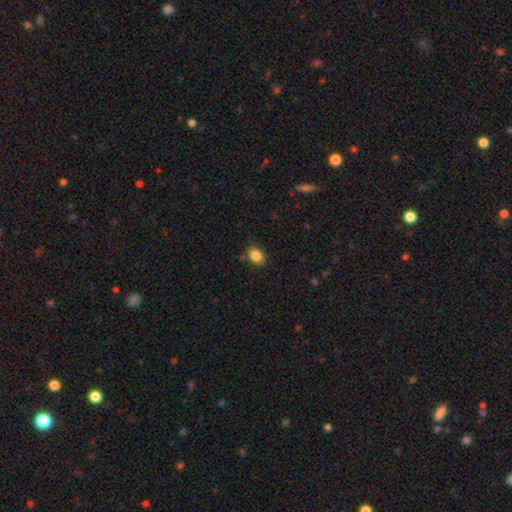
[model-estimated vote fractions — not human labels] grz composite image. It shows a smooth galaxy with no disk features (85%) that is in between round and cigar-shaped (62%). Merging: none (79%).